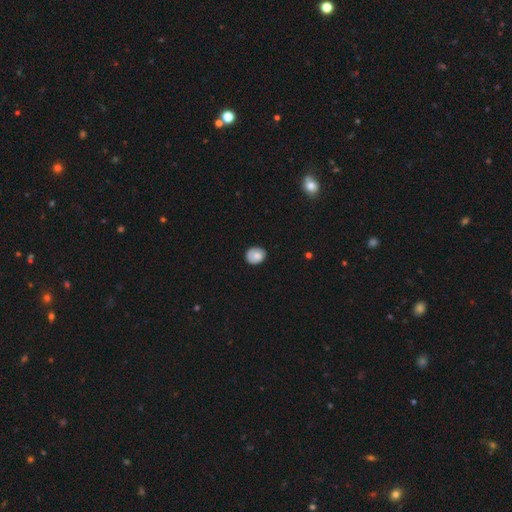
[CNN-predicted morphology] Smooth or featured? Predicted: smooth (p=0.78). How rounded? Predicted: round (p=0.68). Merging? Predicted: none (p=0.79).